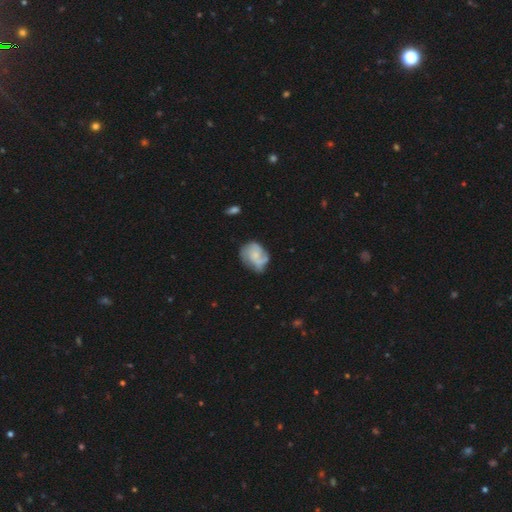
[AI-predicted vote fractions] The model was most divided on "merging": none: 44%, minor disturbance: 31%, major disturbance: 18%, merger: 7%. More confident: edge-on disk — no (98%); bar — no (76%); spiral arms — yes (72%); smooth or featured — featured or disk (54%); bulge size — small (53%).